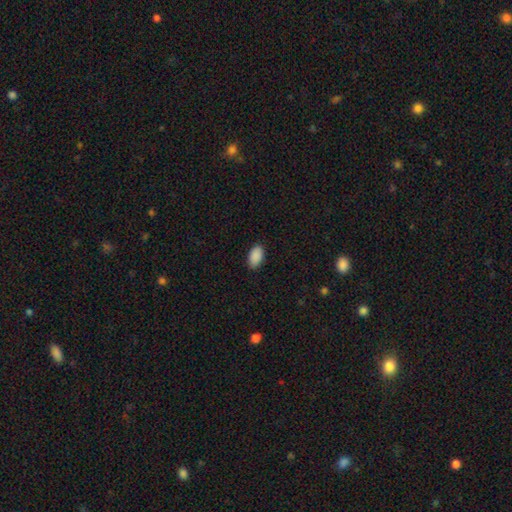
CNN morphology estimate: This appears to be a smooth galaxy with no disk features (90%) that is in between round and cigar-shaped (94%). Merging: none (87%).